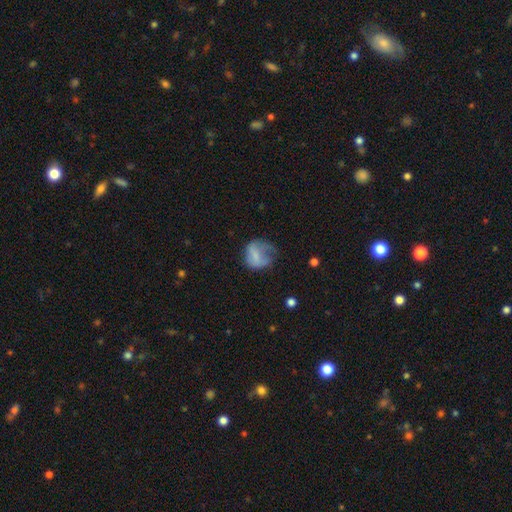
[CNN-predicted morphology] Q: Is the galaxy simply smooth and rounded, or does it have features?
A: smooth — 64%.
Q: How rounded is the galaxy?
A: round — 64%.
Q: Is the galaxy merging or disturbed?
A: major disturbance — 37%.